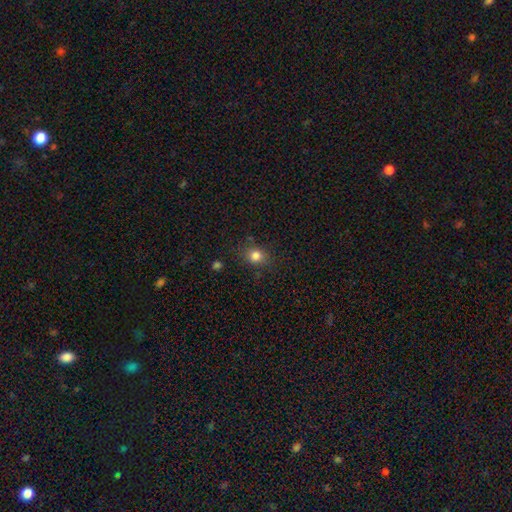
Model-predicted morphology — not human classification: The model was most divided on "how rounded": round: 69%, in between: 30%, cigar-shaped: 1%. More confident: smooth or featured — smooth (82%); merging — none (79%).